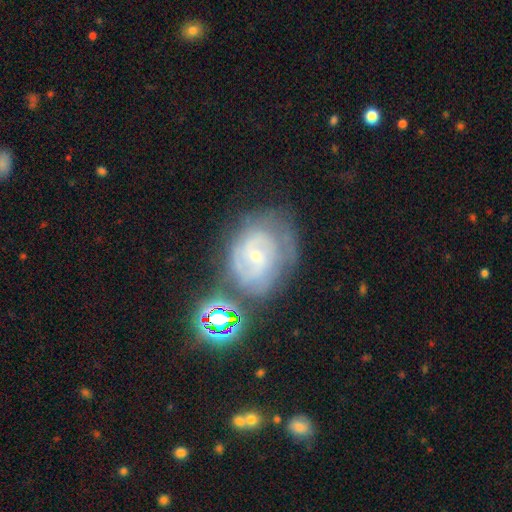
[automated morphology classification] type=featured or disk (73%); edge-on=no (97%); bar=no (54%); spiral arms=yes (88%); winding=tight (54%); arm count=2 (42%); bulge=small (75%); merging=none (57%).